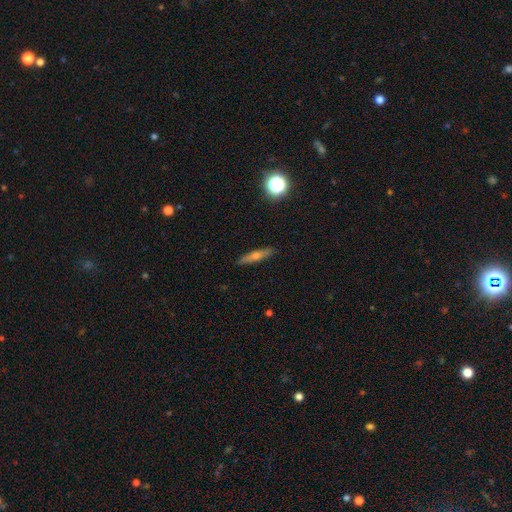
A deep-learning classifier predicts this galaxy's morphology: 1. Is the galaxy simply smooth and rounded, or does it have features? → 46% featured or disk, 45% smooth, 9% star or artifact.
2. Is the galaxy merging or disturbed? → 90% none, 8% minor disturbance, 2% major disturbance, 1% merger.